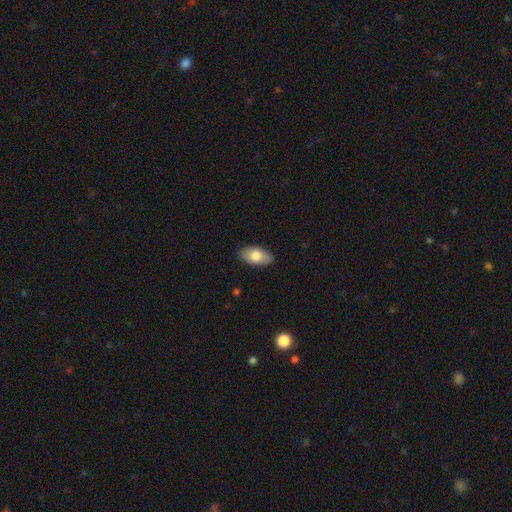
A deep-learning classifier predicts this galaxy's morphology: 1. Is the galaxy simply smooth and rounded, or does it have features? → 79% smooth, 15% featured or disk, 6% star or artifact.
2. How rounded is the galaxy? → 93% in between, 3% round, 3% cigar-shaped.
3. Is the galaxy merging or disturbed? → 88% none, 9% minor disturbance, 2% major disturbance, 1% merger.